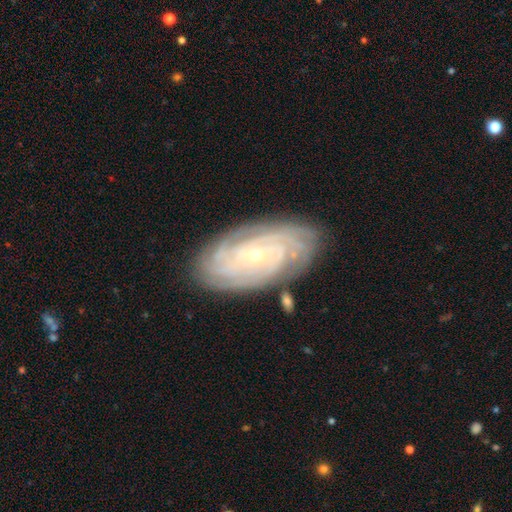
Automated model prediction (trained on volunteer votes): Smooth or featured? featured or disk (88%)
Edge-on disk? no (95%)
Bar? no (70%)
Spiral arms? yes (97%)
Spiral winding? tight (84%)
Spiral arm count? 4 (29%)
Bulge size? small (76%)
Merging? none (83%)